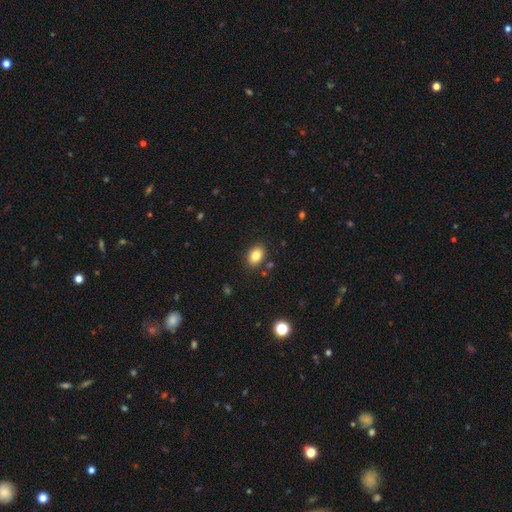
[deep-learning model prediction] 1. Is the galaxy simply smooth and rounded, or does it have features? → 84% smooth, 9% star or artifact, 7% featured or disk.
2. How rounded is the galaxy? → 81% in between, 18% round, 1% cigar-shaped.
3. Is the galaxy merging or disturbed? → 86% none, 9% minor disturbance, 3% merger, 2% major disturbance.